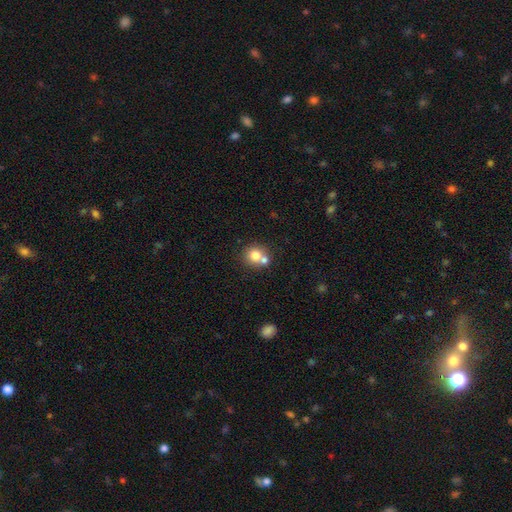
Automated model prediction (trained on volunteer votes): smooth_or_featured: smooth (p=0.76) [alt: featured or disk p=0.14]
how_rounded: round (p=0.84) [alt: in between p=0.15]
merging: none (p=0.47) [alt: merger p=0.43]